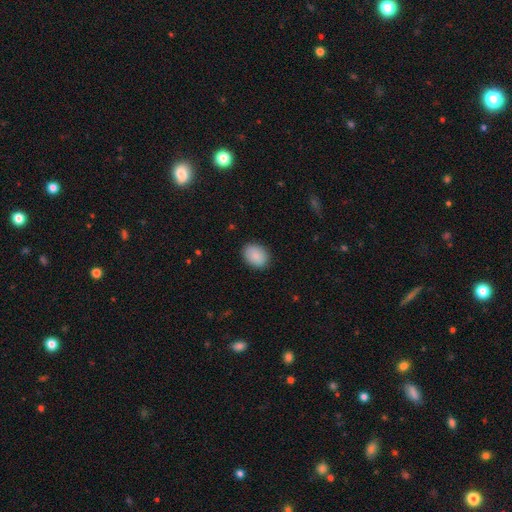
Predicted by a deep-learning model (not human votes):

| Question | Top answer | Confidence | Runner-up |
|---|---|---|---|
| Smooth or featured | smooth | 89% | star or artifact (7%) |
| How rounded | in between | 66% | round (33%) |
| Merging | none | 88% | minor disturbance (9%) |